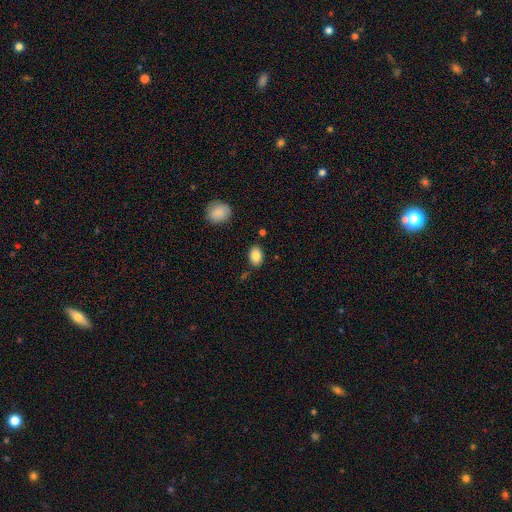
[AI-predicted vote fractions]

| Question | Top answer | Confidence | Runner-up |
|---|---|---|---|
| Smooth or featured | smooth | 85% | star or artifact (8%) |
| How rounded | in between | 81% | round (17%) |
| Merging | none | 83% | minor disturbance (11%) |